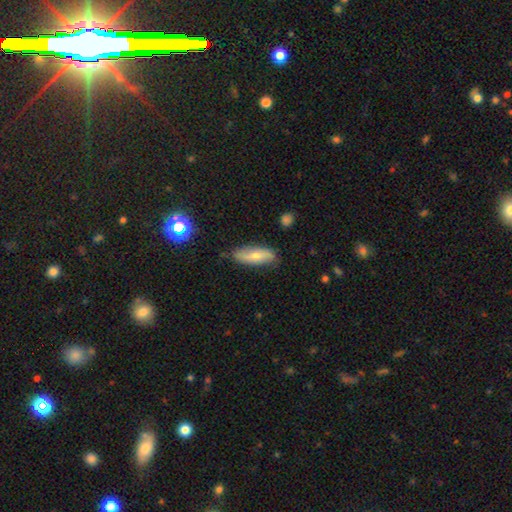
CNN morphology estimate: Smooth or featured: smooth — 59% (featured or disk — 34%)
How rounded: in between — 59% (cigar-shaped — 38%)
Merging: none — 74% (minor disturbance — 21%)